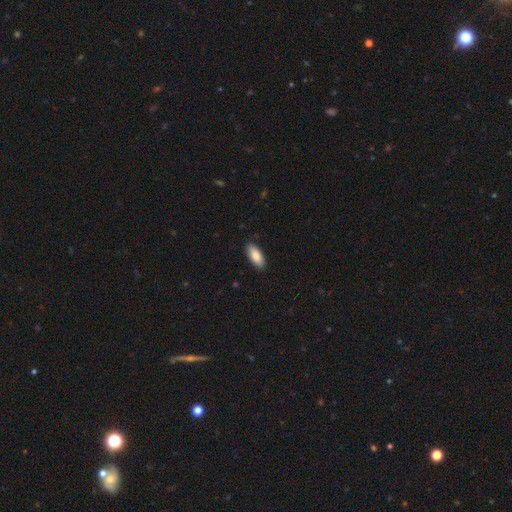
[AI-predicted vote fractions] smooth-or-featured: smooth: 86% | featured or disk: 9% | star or artifact: 6%
  how-rounded: in between: 84% | cigar-shaped: 14% | round: 2%
  merging: none: 88% | minor disturbance: 9% | major disturbance: 2% | merger: 1%